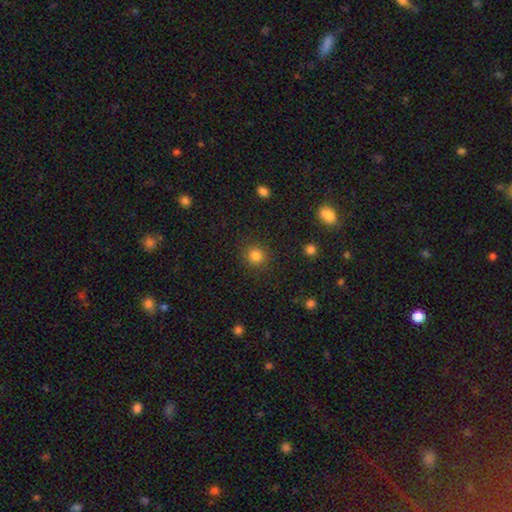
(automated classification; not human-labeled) Smooth or featured? smooth (83%)
How rounded? round (91%)
Merging? none (89%)